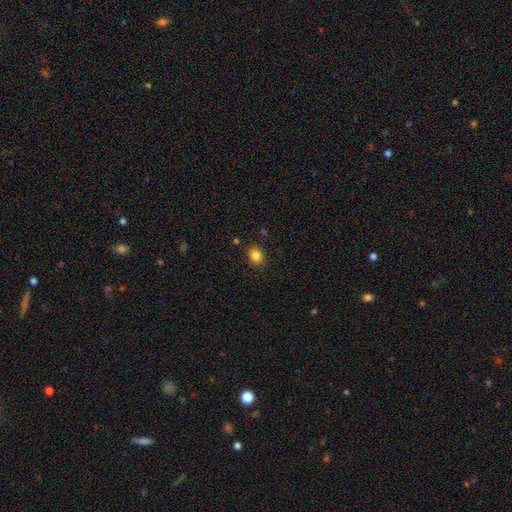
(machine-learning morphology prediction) This appears to be a smooth galaxy with no disk features (84%) that is round (58%). Merging: none (86%).